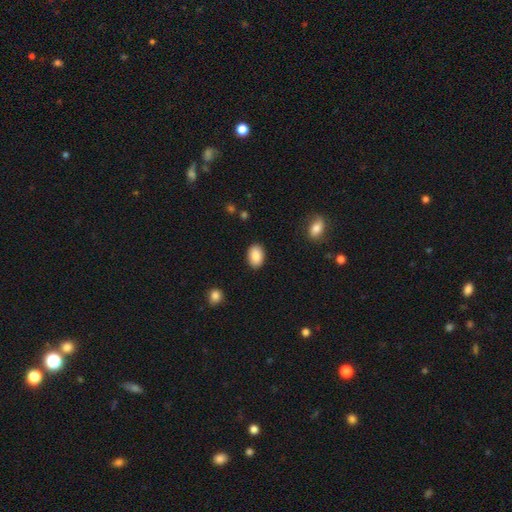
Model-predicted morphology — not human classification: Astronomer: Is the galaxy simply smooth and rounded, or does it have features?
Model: smooth — 88%.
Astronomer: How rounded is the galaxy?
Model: in between — 87%.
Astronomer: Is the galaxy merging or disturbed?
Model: none — 88%.